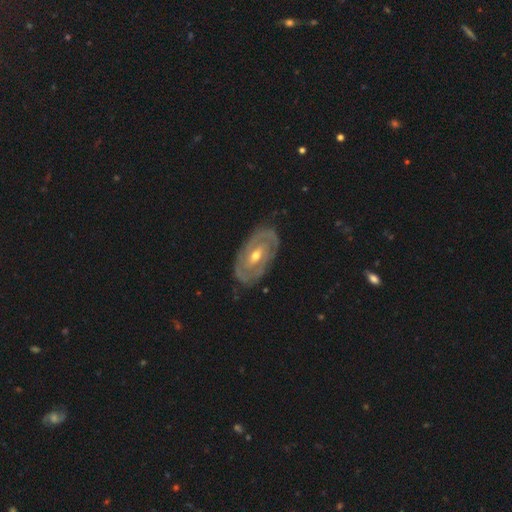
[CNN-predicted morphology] Smooth or featured? Predicted: featured or disk (p=0.84). Edge-on disk? Predicted: no (p=0.94). Bar? Predicted: weak (p=0.41). Spiral arms? Predicted: yes (p=0.83). Spiral winding? Predicted: tight (p=0.71). Spiral arm count? Predicted: 2 (p=0.60). Bulge size? Predicted: moderate (p=0.60). Merging? Predicted: none (p=0.81).